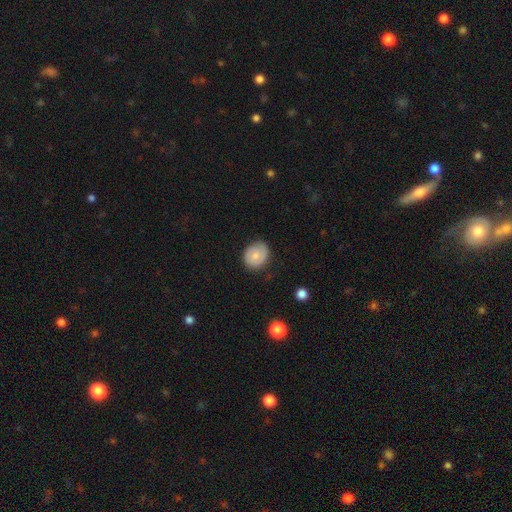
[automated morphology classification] The model was most divided on "smooth or featured": smooth: 64%, featured or disk: 28%, star or artifact: 7%. More confident: merging — none (77%); how rounded — round (70%).